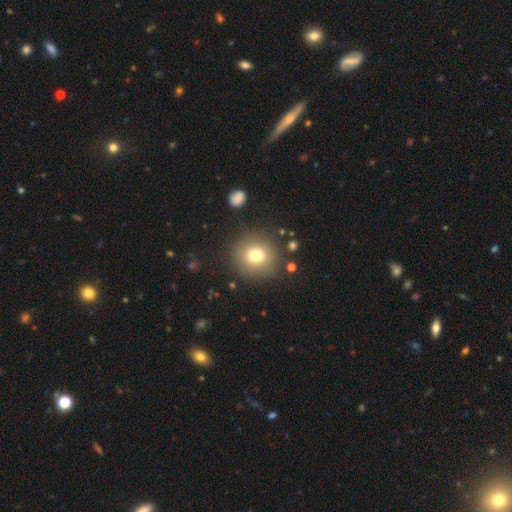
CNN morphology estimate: smooth-or-featured: smooth: 75% | star or artifact: 14% | featured or disk: 12%
  how-rounded: round: 91% | in between: 8% | cigar-shaped: 1%
  merging: none: 86% | minor disturbance: 8% | major disturbance: 4% | merger: 2%